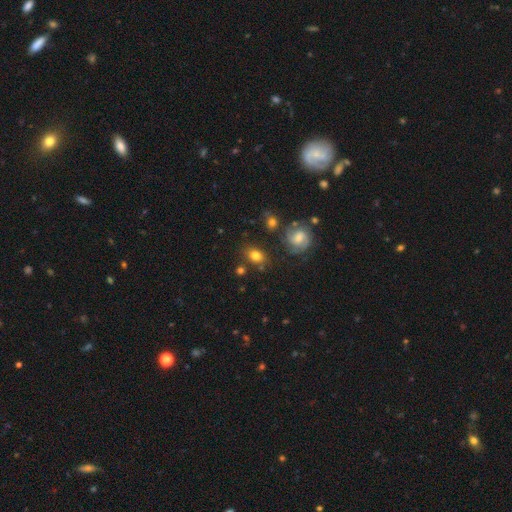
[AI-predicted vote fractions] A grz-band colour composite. It shows a smooth galaxy with no disk features (76%) that is in between round and cigar-shaped (69%). Merging: none (77%).